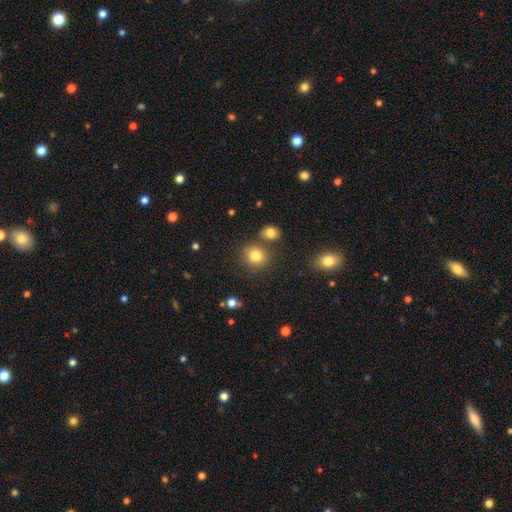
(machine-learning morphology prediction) smooth_or_featured: smooth (p=0.80) [alt: star or artifact p=0.13]
how_rounded: round (p=0.81) [alt: in between p=0.18]
merging: none (p=0.71) [alt: merger p=0.14]